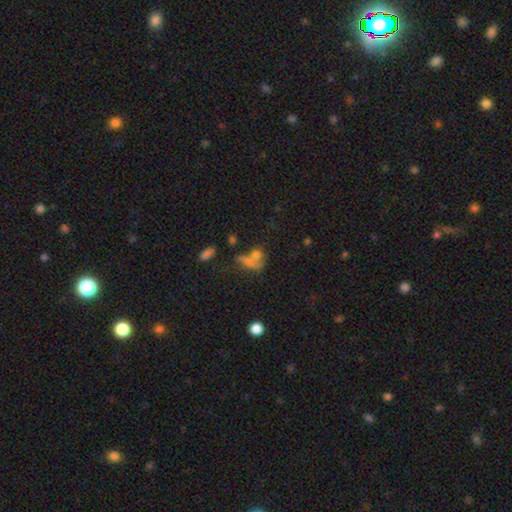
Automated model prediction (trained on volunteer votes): smooth-or-featured: star or artifact: 43% | smooth: 40% | featured or disk: 17%